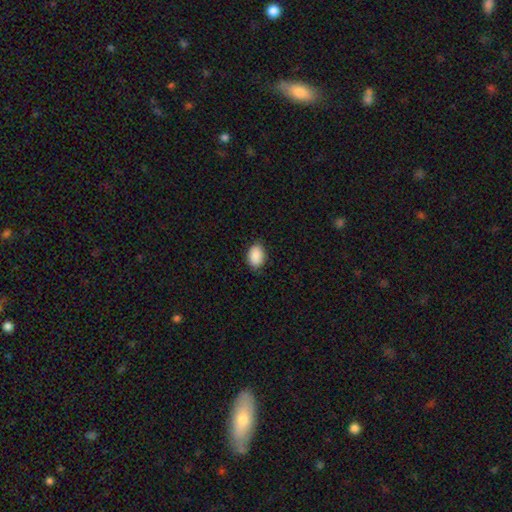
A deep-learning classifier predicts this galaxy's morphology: smooth_or_featured: smooth (p=0.90) [alt: star or artifact p=0.07]
how_rounded: in between (p=0.82) [alt: round p=0.17]
merging: none (p=0.83) [alt: minor disturbance p=0.13]